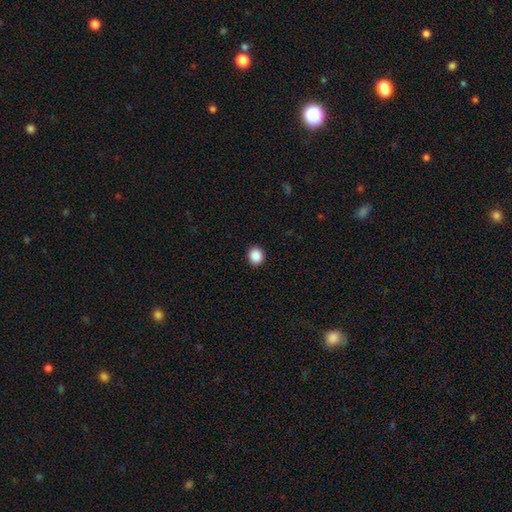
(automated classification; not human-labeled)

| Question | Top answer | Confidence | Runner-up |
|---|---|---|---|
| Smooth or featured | smooth | 89% | star or artifact (9%) |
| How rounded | round | 75% | in between (24%) |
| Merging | none | 91% | minor disturbance (6%) |